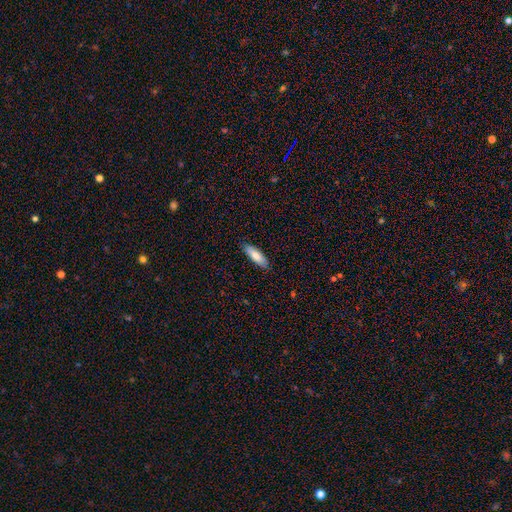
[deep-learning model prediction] This appears to be a smooth galaxy with no disk features (81%) that is in between round and cigar-shaped (50%). Merging: none (87%).